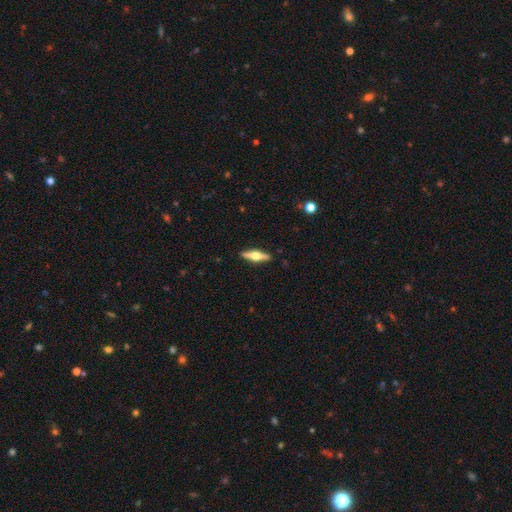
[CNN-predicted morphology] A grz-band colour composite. It shows a featured or disk galaxy (64%) viewed edge-on (96%) with a rounded central bulge (95%). Merging: none (90%).